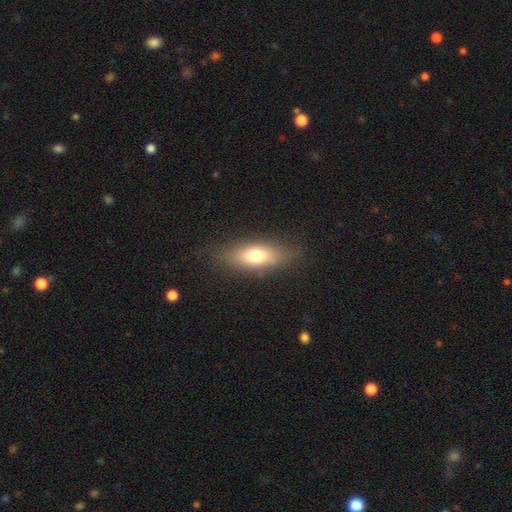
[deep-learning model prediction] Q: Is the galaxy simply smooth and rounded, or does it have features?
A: smooth — 70%.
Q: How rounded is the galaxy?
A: in between — 73%.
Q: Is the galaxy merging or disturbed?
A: none — 80%.